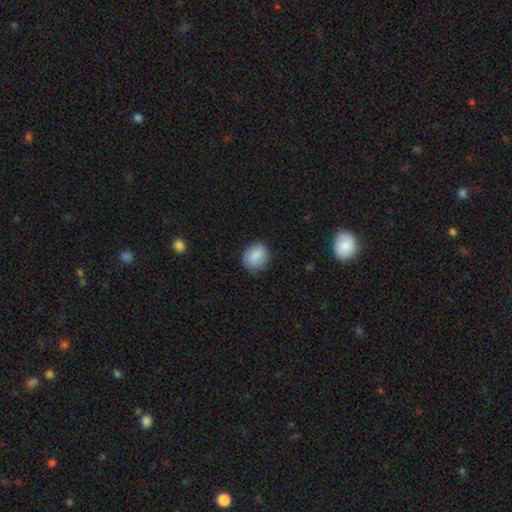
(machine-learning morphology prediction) Smooth or featured?
  - smooth: 82% *
  - featured or disk: 11%
  - star or artifact: 8%
How rounded?
  - round: 64% *
  - in between: 35%
  - cigar-shaped: 1%
Merging?
  - none: 81% *
  - minor disturbance: 14%
  - major disturbance: 3%
  - merger: 1%